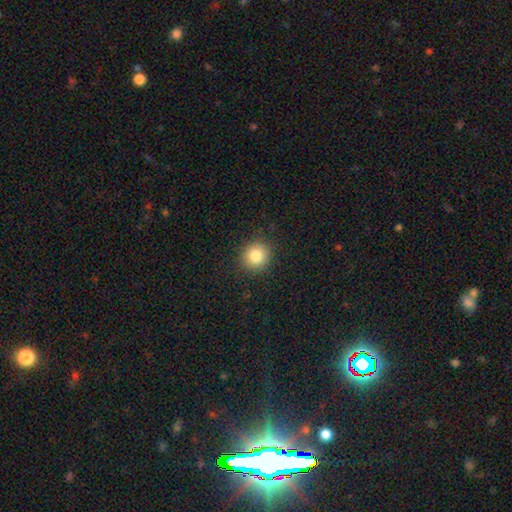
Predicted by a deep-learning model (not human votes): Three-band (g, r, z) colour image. It shows a smooth galaxy with no disk features (82%) that is round (88%). Merging: none (90%).